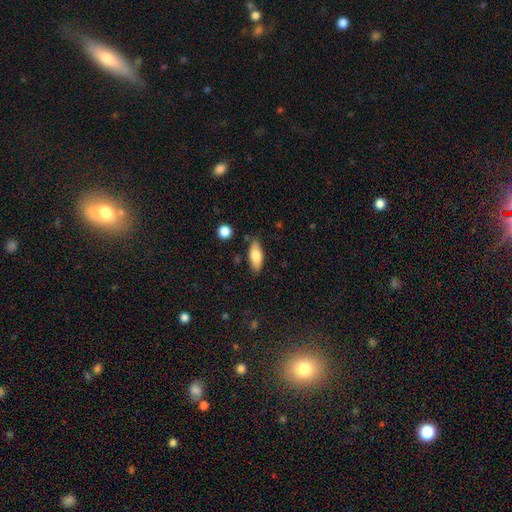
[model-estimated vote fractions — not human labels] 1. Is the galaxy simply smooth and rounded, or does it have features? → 74% smooth, 19% featured or disk, 6% star or artifact.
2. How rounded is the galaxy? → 77% in between, 20% cigar-shaped, 3% round.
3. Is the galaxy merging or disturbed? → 82% none, 13% minor disturbance, 3% major disturbance, 2% merger.